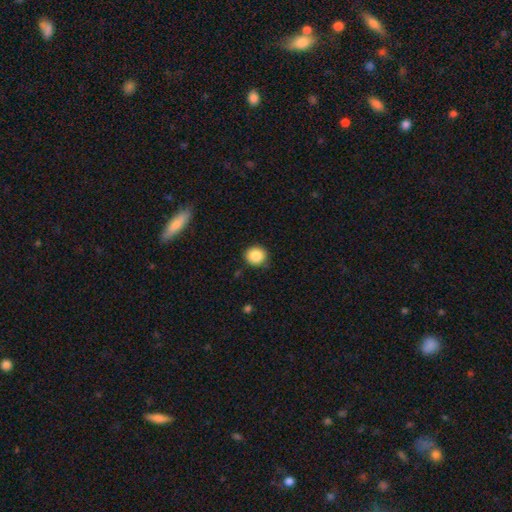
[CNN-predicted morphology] Smooth or featured? Predicted: smooth (p=0.86). How rounded? Predicted: round (p=0.89). Merging? Predicted: none (p=0.84).